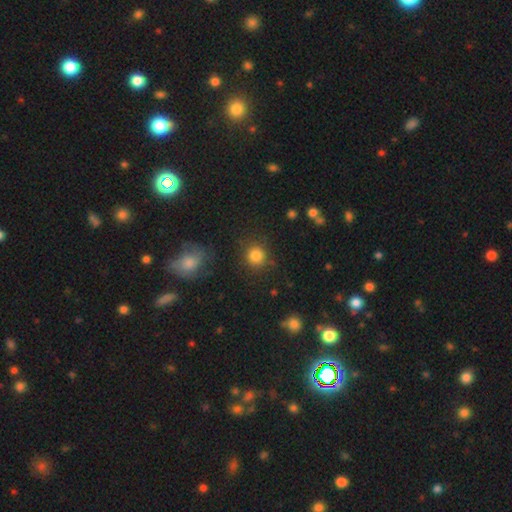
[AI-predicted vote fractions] Q: Smooth or featured?
A: smooth (84%); runner-up: star or artifact (11%)
Q: How rounded?
A: round (91%); runner-up: in between (8%)
Q: Merging?
A: none (84%); runner-up: minor disturbance (9%)